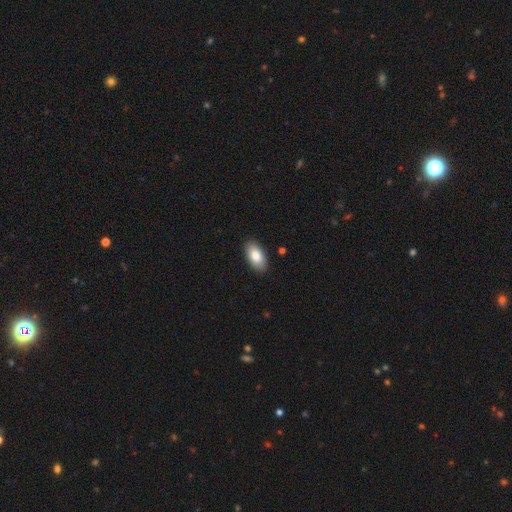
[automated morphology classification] Overall: smooth (84%). How rounded: in between (95%). Merging: none (89%).